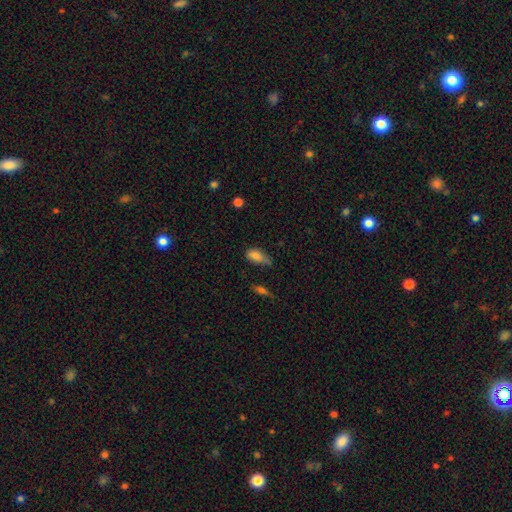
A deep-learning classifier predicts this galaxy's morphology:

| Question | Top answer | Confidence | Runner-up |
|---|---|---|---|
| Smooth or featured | smooth | 79% | featured or disk (11%) |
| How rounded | in between | 84% | cigar-shaped (10%) |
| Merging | minor disturbance | 42% | none (36%) |